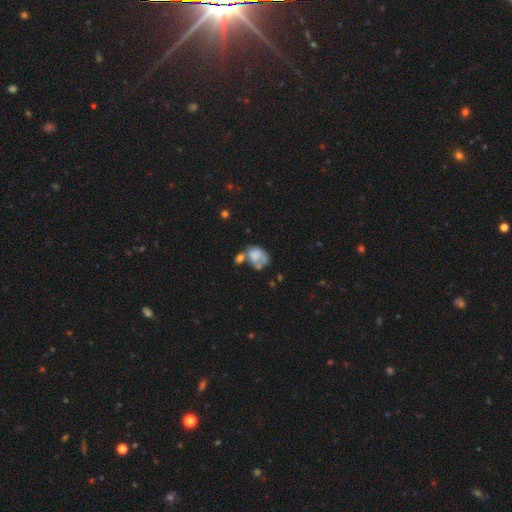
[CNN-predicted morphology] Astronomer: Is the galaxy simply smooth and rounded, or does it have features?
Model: smooth — 56% (runner-up: featured or disk, 33%).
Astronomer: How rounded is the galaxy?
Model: in between — 71%.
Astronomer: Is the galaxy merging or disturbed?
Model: merger — 40% (runner-up: major disturbance, 24%).